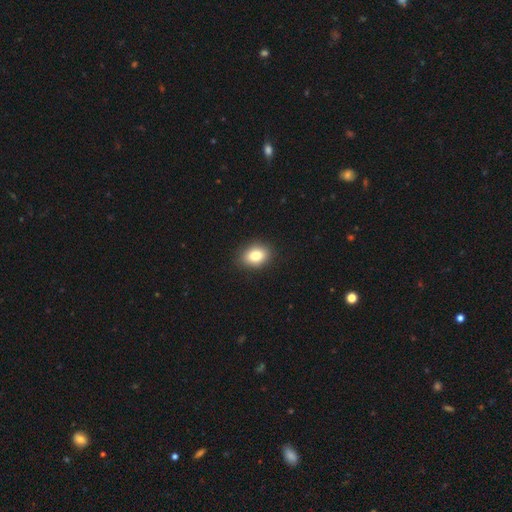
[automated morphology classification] The model was most divided on "how rounded": in between: 72%, round: 27%, cigar-shaped: 1%. More confident: merging — none (88%); smooth or featured — smooth (83%).